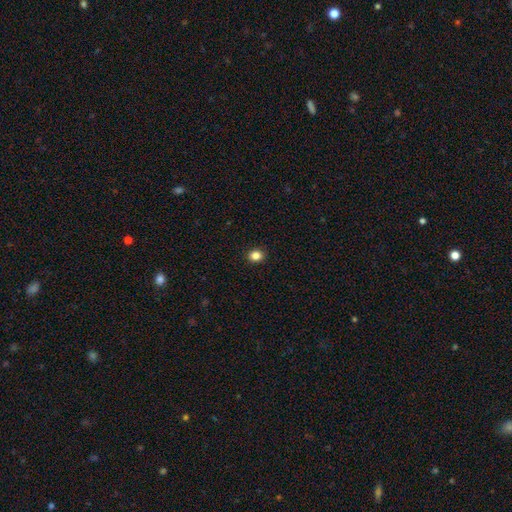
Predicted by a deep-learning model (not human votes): Smooth or featured: smooth — 84% (star or artifact — 11%)
How rounded: round — 67% (in between — 32%)
Merging: none — 92% (minor disturbance — 6%)